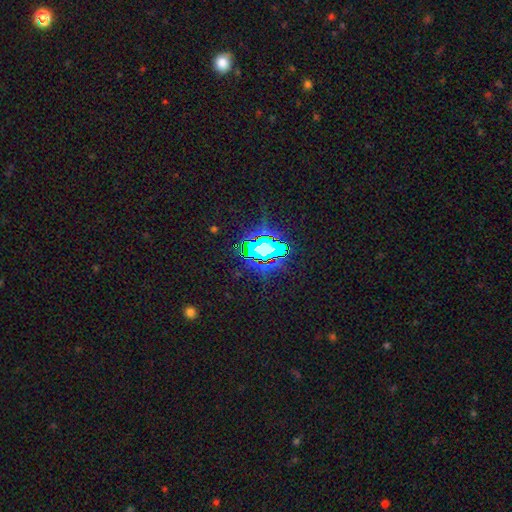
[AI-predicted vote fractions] Q: Smooth or featured?
A: star or artifact (79%); runner-up: smooth (12%)